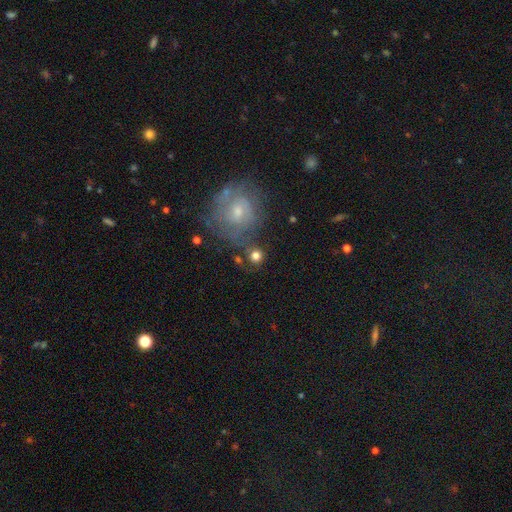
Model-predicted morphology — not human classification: This appears to be a smooth galaxy with no disk features (75%) that is round (91%). Merging: none (71%).